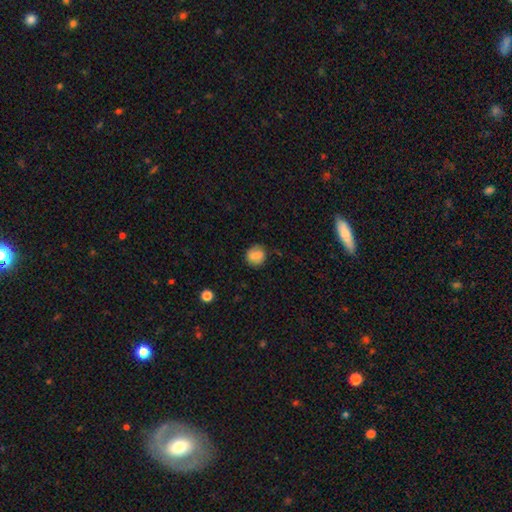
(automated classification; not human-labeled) Smooth or featured: smooth — 79% (featured or disk — 12%)
How rounded: round — 79% (in between — 20%)
Merging: none — 79% (minor disturbance — 15%)